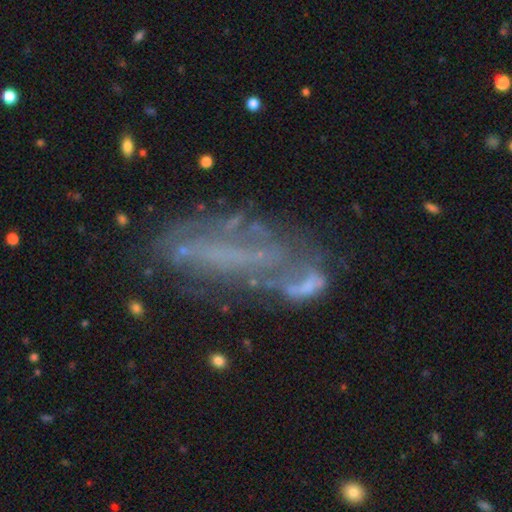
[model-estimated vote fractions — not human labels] Overall: featured or disk (64%). Edge-on disk: no (87%). Bar: no (63%). Spiral arms: no (67%; yes 33%). Bulge size: none (74%). Merging: none (36%; major disturbance 29%).